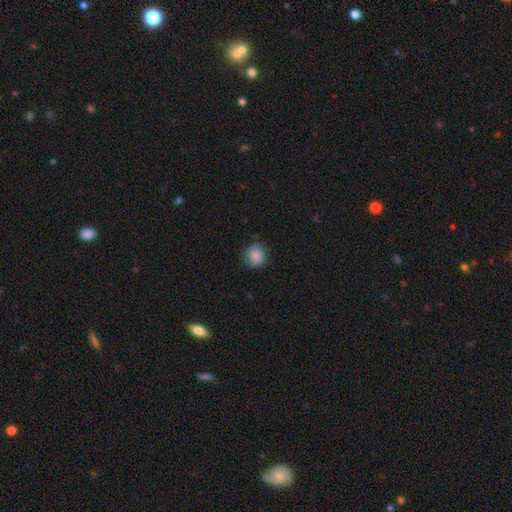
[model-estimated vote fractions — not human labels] smooth 83%, featured or disk 9%, star or artifact 8%. Down the decision tree: how rounded — round (77%); merging — none (71%).